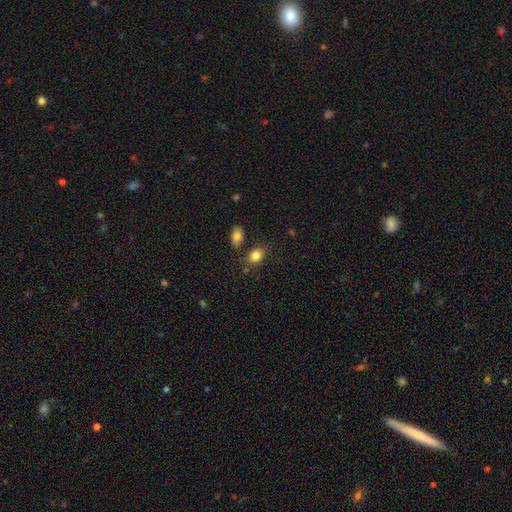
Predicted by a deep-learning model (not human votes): A smooth galaxy with no disk features (83%) that is in between round and cigar-shaped (76%). Merging: none (73%).